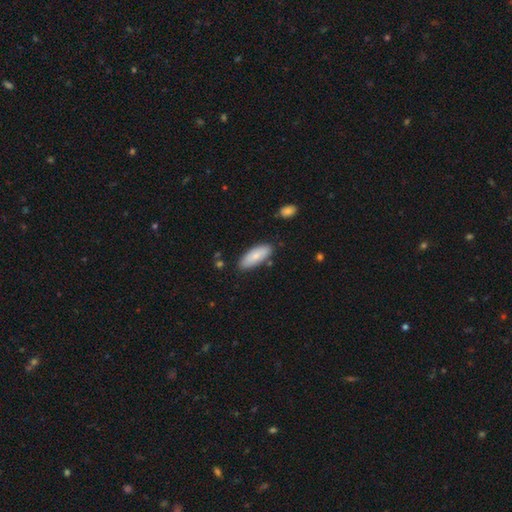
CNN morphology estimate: type=smooth (78%); roundness=in between (76%); merging=none (82%).